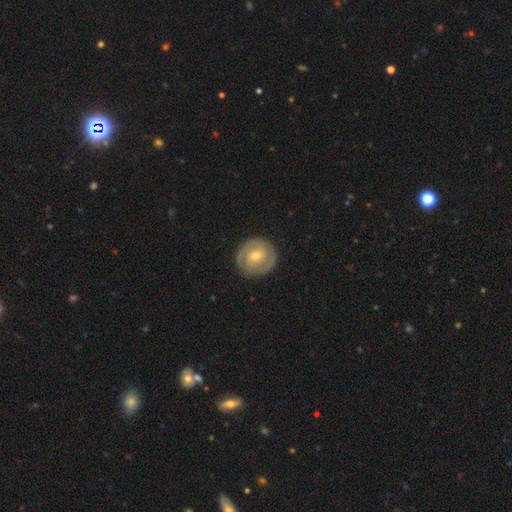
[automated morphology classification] Smooth or featured?
  - featured or disk: 69% *
  - smooth: 25%
  - star or artifact: 6%
Edge-on disk?
  - no: 97% *
  - yes: 3%
Bar?
  - no: 55% *
  - weak: 35%
  - strong: 10%
Spiral arms?
  - yes: 78% *
  - no: 22%
Spiral winding?
  - tight: 70% *
  - medium: 24%
  - loose: 7%
Spiral arm count?
  - 2: 60% *
  - can't tell: 24%
  - 3: 6%
  - 1: 6%
  - 4: 2%
  - more than 4: 2%
Bulge size?
  - moderate: 51% *
  - small: 45%
  - large: 2%
  - none: 1%
  - dominant: 1%
Merging?
  - none: 86% *
  - minor disturbance: 10%
  - major disturbance: 3%
  - merger: 1%